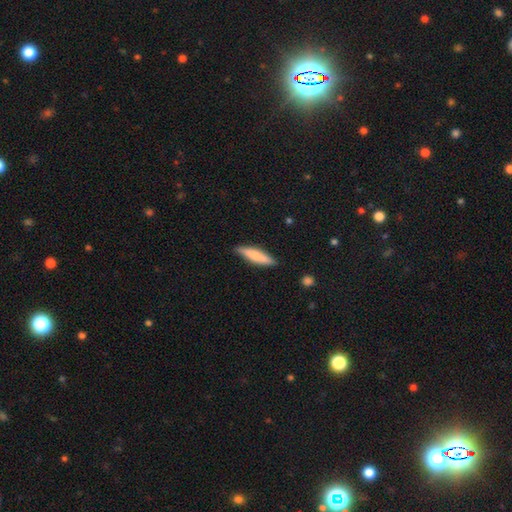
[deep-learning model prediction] This is likely a smooth galaxy (71%). How rounded: likely cigar-shaped (77%). Merging: clearly none (84%).